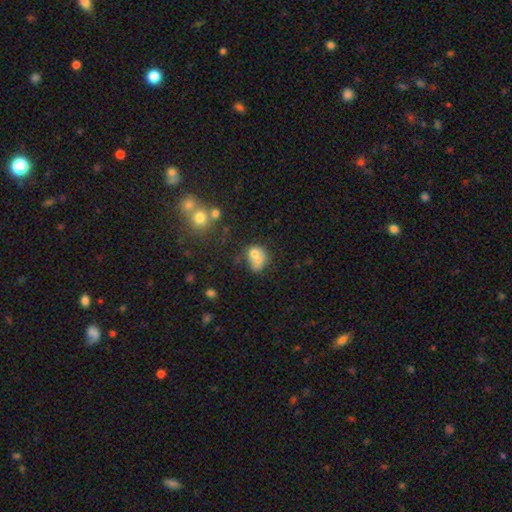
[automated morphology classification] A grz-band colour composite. It shows a smooth galaxy with no disk features (67%) that is round (53%). Merging: merger (55%).